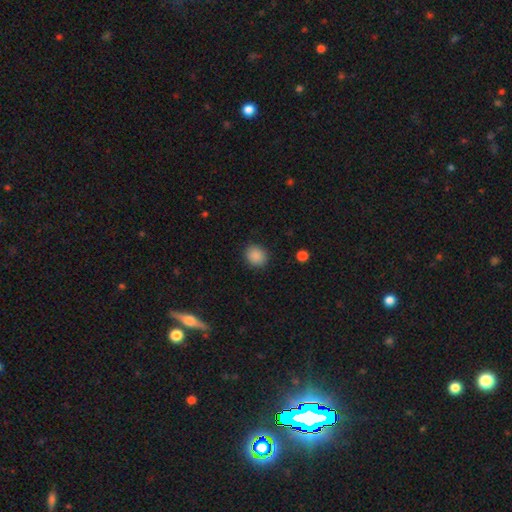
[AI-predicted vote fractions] smooth_or_featured: smooth (p=0.88) [alt: star or artifact p=0.09]
how_rounded: round (p=0.74) [alt: in between p=0.25]
merging: none (p=0.89) [alt: minor disturbance p=0.08]